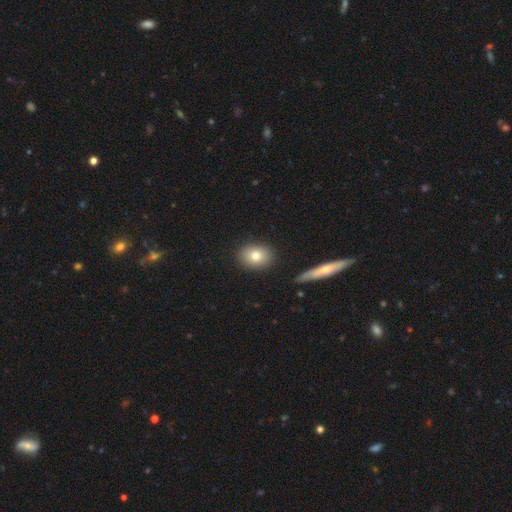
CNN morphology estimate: smooth 78%, featured or disk 13%, star or artifact 9%. Down the decision tree: how rounded — in between (54%); merging — none (87%).